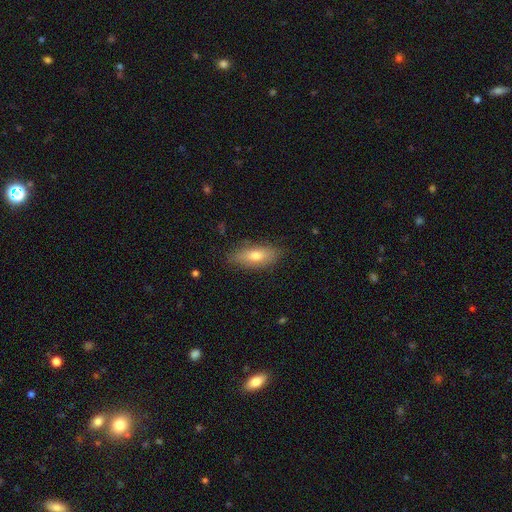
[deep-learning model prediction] smooth 72%, featured or disk 22%, star or artifact 7%. Down the decision tree: how rounded — in between (78%); merging — none (81%).